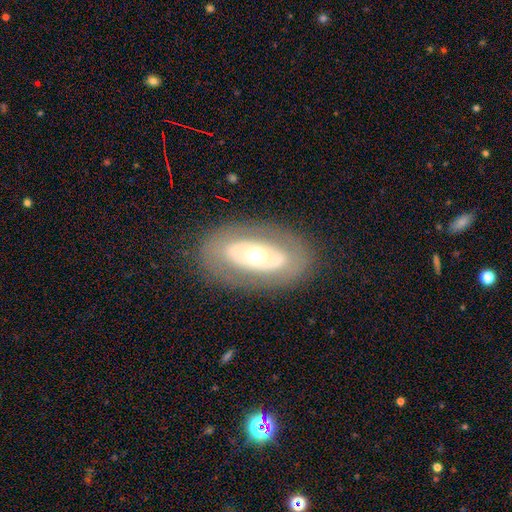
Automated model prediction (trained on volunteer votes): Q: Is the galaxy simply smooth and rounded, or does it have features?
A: featured or disk — 62%.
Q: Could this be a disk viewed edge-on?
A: no — 90%.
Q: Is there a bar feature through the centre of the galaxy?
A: no — 86%.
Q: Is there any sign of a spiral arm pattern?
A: no — 87%.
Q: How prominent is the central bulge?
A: moderate — 66%.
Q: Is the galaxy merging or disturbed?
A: none — 81%.